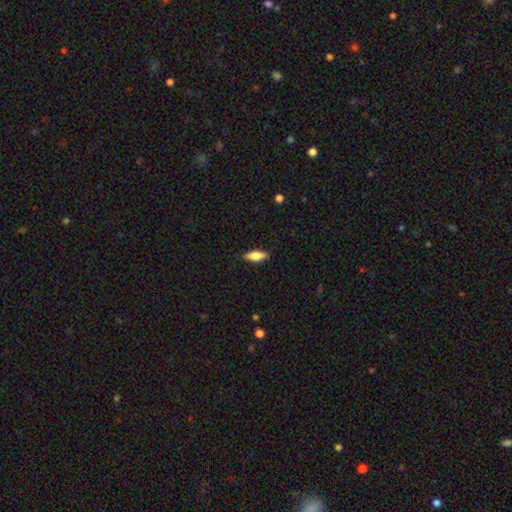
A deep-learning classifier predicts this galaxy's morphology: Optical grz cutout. It shows a smooth galaxy with no disk features (73%) that is in between round and cigar-shaped (69%). Merging: none (87%).